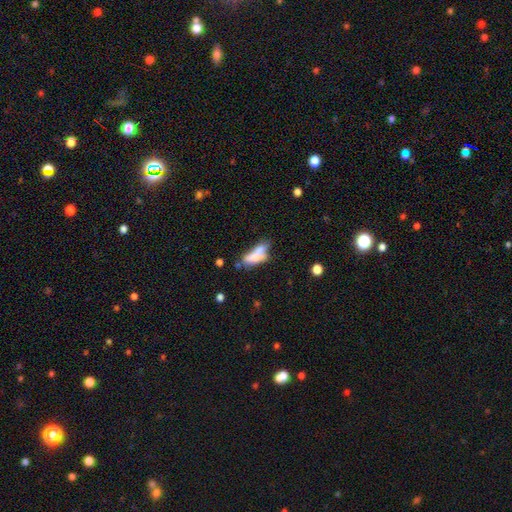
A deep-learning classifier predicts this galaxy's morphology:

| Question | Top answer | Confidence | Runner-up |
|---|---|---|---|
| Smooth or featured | smooth | 61% | featured or disk (30%) |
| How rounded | in between | 71% | cigar-shaped (25%) |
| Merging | merger | 43% | none (26%) |